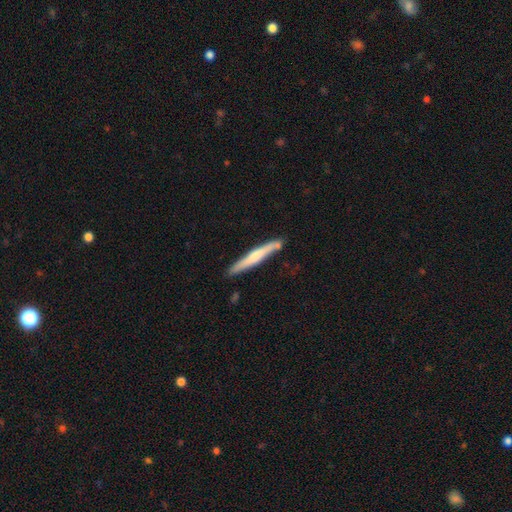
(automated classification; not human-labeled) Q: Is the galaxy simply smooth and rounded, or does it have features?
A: smooth — 48%.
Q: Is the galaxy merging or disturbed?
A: none — 82%.